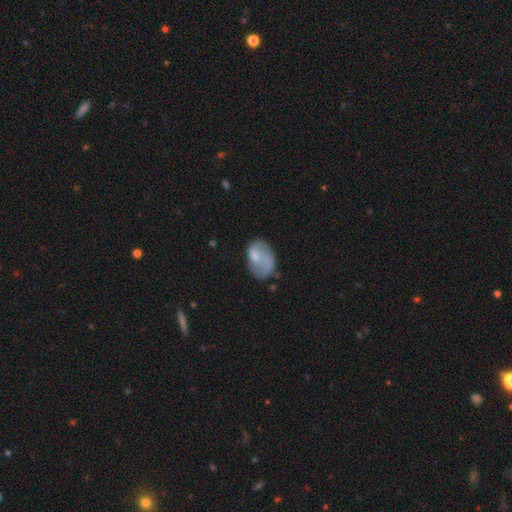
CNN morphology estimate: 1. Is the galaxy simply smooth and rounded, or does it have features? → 55% smooth, 36% featured or disk, 9% star or artifact.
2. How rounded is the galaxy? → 84% in between, 15% round, 1% cigar-shaped.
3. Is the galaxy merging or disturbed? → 39% none, 31% minor disturbance, 25% major disturbance, 5% merger.